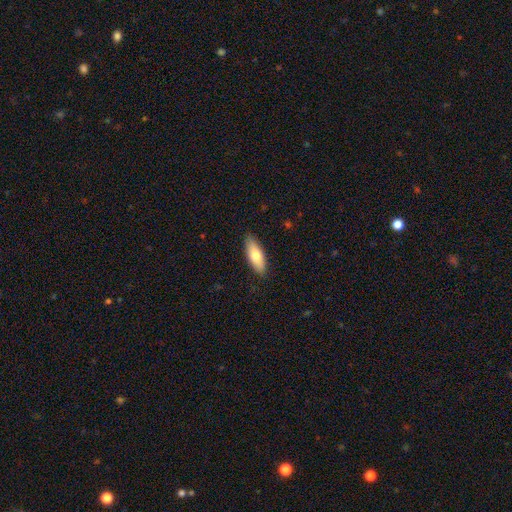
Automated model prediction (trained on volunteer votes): A smooth galaxy with no disk features (75%) that is in between round and cigar-shaped (68%).

Vote fractions:
- Smooth or featured? smooth: 75% / featured or disk: 19% / star or artifact: 6%
- How rounded? in between: 68% / cigar-shaped: 29% / round: 2%
- Merging? none: 88% / minor disturbance: 10% / major disturbance: 2% / merger: 1%